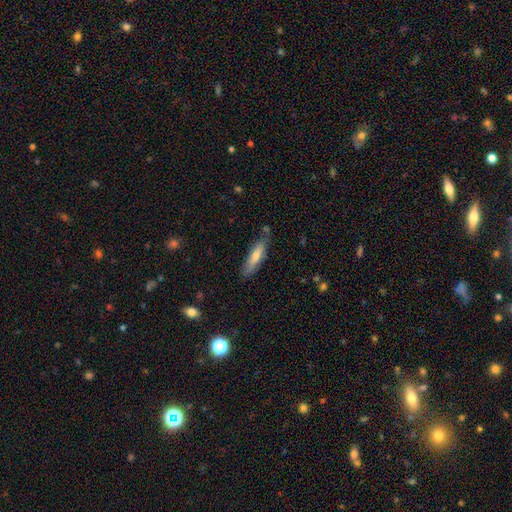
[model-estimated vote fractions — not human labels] A smooth galaxy with no disk features (61%) that is cigar-shaped (76%). Merging: none (79%).